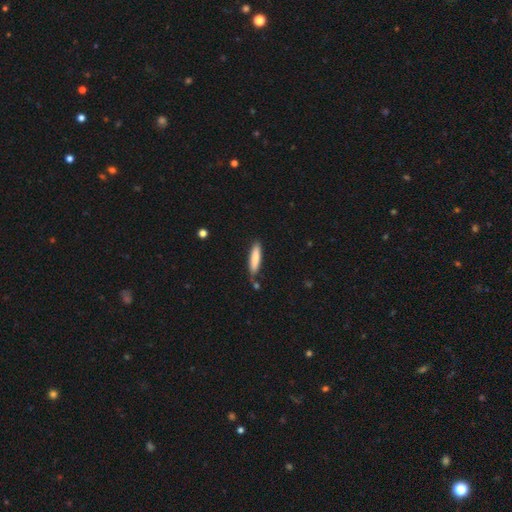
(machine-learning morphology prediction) smooth_or_featured: smooth (p=0.81) [alt: featured or disk p=0.13]
how_rounded: cigar-shaped (p=0.76) [alt: in between p=0.22]
merging: none (p=0.80) [alt: minor disturbance p=0.14]